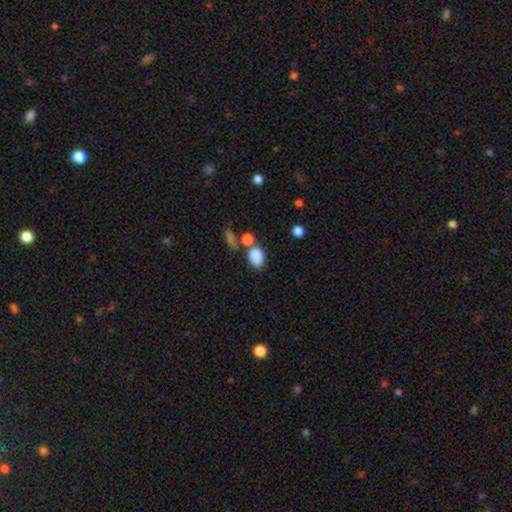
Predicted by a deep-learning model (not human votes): Smooth or featured? Predicted: smooth (p=0.84). How rounded? Predicted: in between (p=0.71). Merging? Predicted: none (p=0.55).